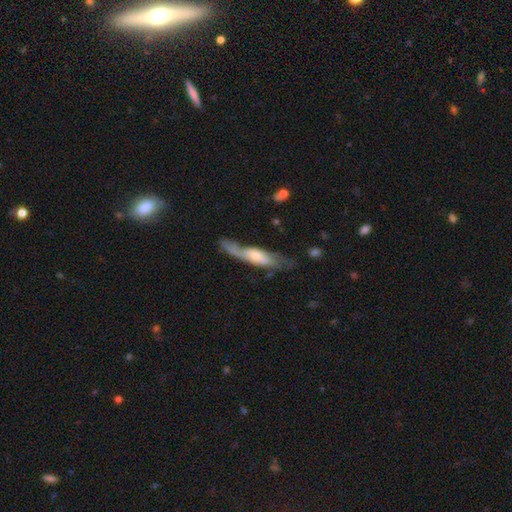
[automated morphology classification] A featured or disk galaxy (63%). Merging: none (51%).